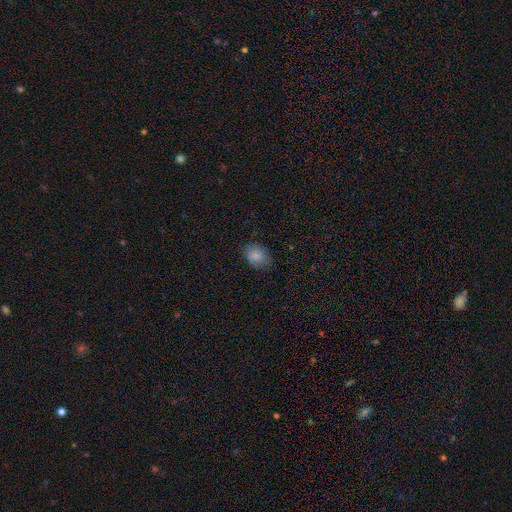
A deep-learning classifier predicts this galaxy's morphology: Smooth or featured: smooth — 84% (star or artifact — 9%)
How rounded: in between — 66% (round — 33%)
Merging: none — 77% (minor disturbance — 18%)